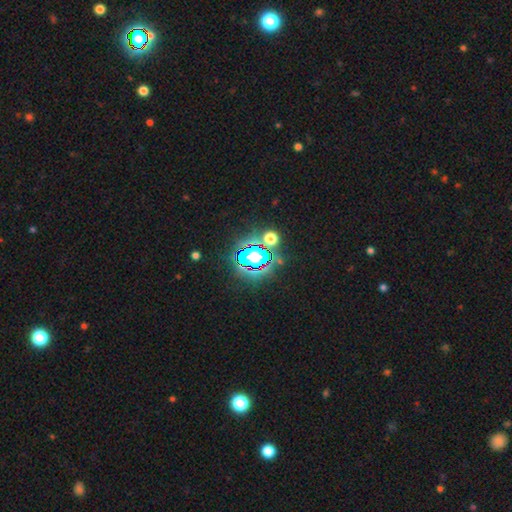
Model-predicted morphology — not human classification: Smooth or featured: star or artifact — 61% (smooth — 27%)